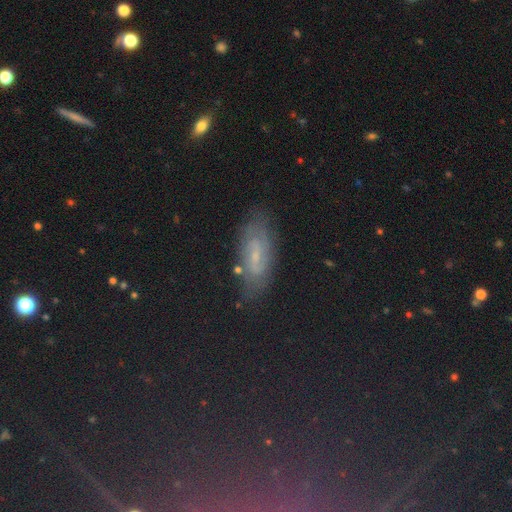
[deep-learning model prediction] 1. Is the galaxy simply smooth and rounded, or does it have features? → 37% star or artifact, 35% featured or disk, 28% smooth.